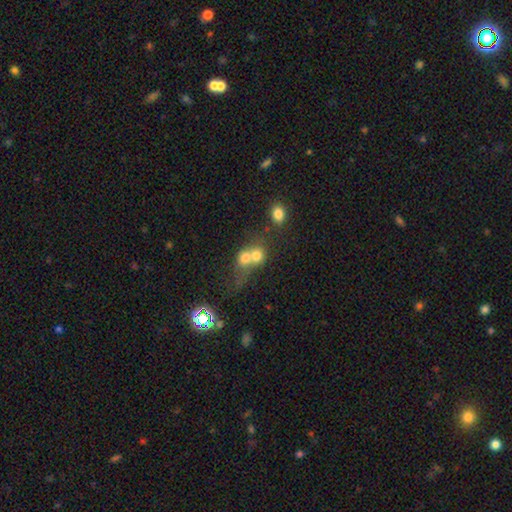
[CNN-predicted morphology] Q: Smooth or featured?
A: smooth (69%); runner-up: featured or disk (18%)
Q: How rounded?
A: round (72%); runner-up: in between (26%)
Q: Merging?
A: merger (68%); runner-up: none (22%)